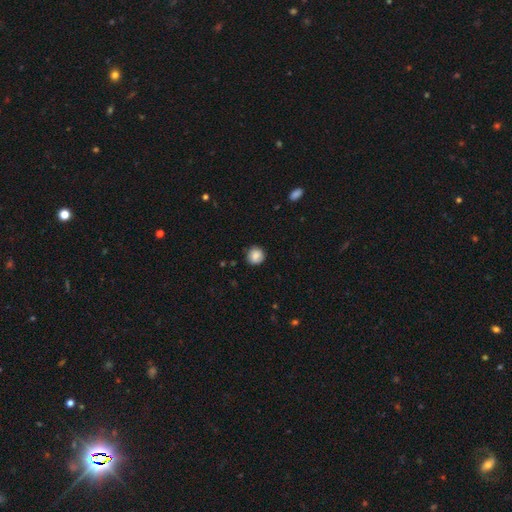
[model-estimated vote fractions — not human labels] Q: Smooth or featured?
A: smooth (86%); runner-up: star or artifact (8%)
Q: How rounded?
A: round (92%); runner-up: in between (7%)
Q: Merging?
A: none (86%); runner-up: minor disturbance (11%)